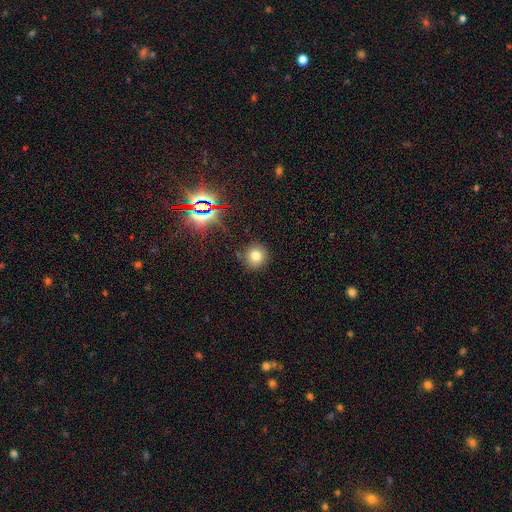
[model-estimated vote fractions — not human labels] Smooth or featured?
  - smooth: 73% *
  - star or artifact: 18%
  - featured or disk: 9%
How rounded?
  - round: 92% *
  - in between: 7%
  - cigar-shaped: 1%
Merging?
  - none: 85% *
  - minor disturbance: 10%
  - major disturbance: 3%
  - merger: 3%